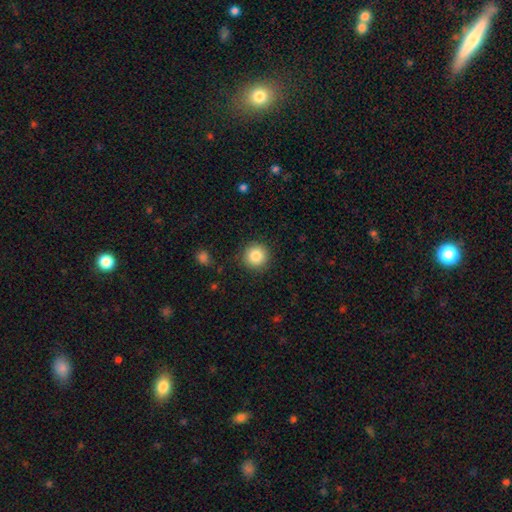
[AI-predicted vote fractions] Overall: smooth (85%). How rounded: round (95%). Merging: none (90%).